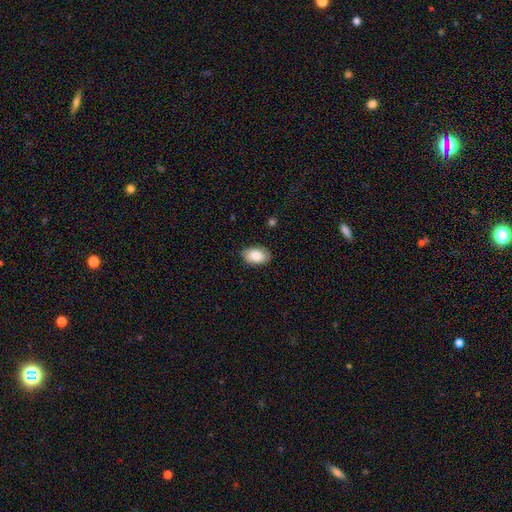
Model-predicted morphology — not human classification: smooth_or_featured: smooth (p=0.84) [alt: featured or disk p=0.09]
how_rounded: in between (p=0.90) [alt: round p=0.08]
merging: none (p=0.82) [alt: minor disturbance p=0.14]